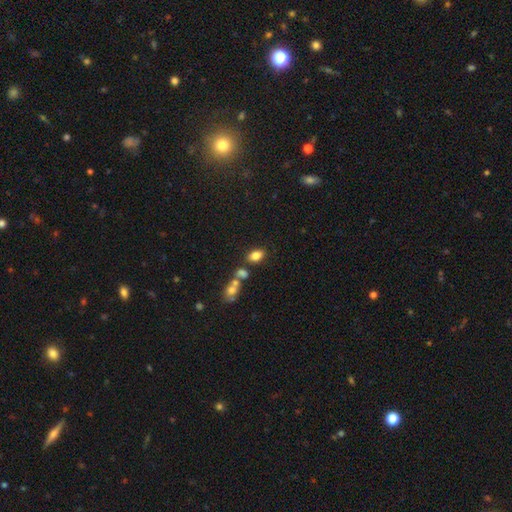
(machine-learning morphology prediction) This appears to be a smooth galaxy with no disk features (80%) that is in between round and cigar-shaped (86%). Merging: none (69%).